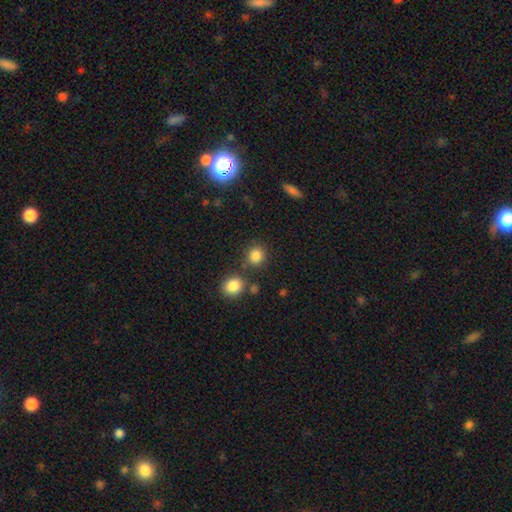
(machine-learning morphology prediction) The model was most divided on "merging": none: 76%, merger: 11%, minor disturbance: 9%, major disturbance: 4%. More confident: how rounded — round (85%); smooth or featured — smooth (84%).